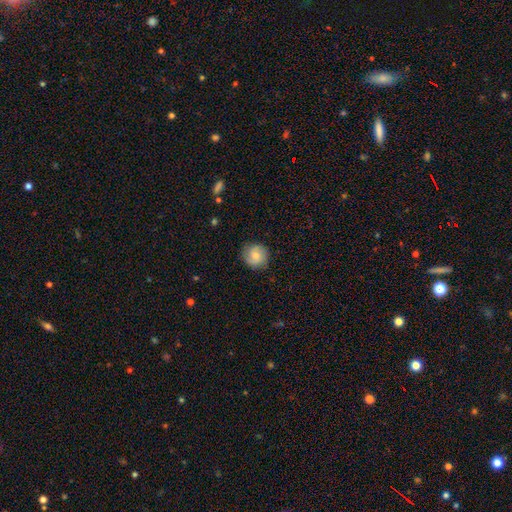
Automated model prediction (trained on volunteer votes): Smooth or featured: smooth — 64% (featured or disk — 28%)
How rounded: round — 91% (in between — 8%)
Merging: none — 84% (minor disturbance — 12%)